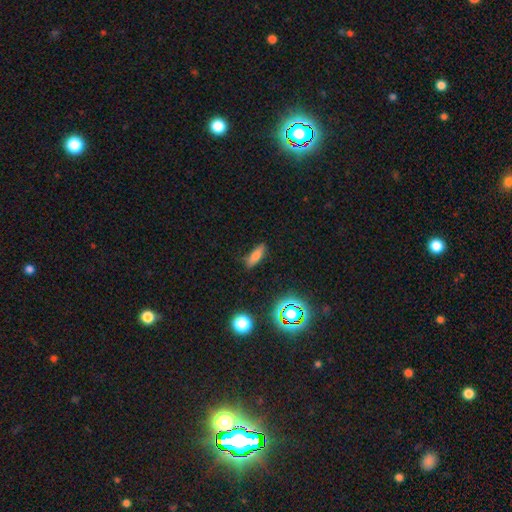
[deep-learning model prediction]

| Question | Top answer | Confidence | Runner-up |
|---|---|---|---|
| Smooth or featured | smooth | 69% | featured or disk (17%) |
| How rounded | cigar-shaped | 53% | in between (43%) |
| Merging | none | 80% | minor disturbance (14%) |